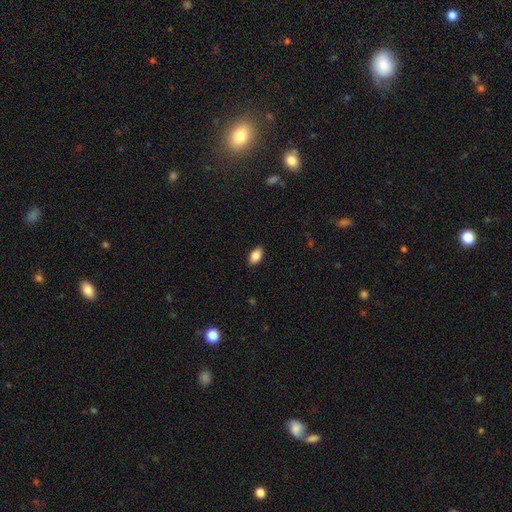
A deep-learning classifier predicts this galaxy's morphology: The model was most divided on "smooth or featured": smooth: 85%, star or artifact: 8%, featured or disk: 7%. More confident: how rounded — in between (90%); merging — none (88%).